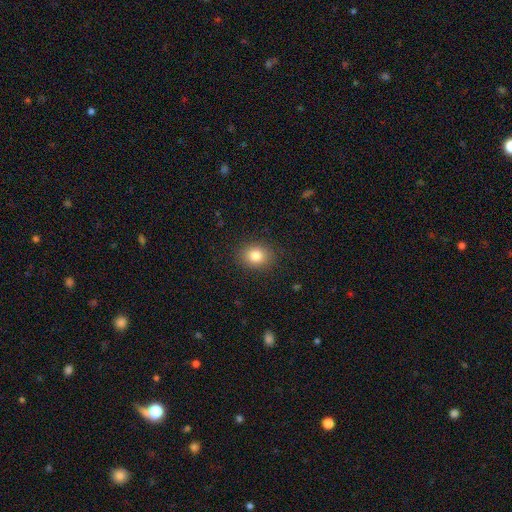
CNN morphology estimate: smooth 83%, star or artifact 10%, featured or disk 7%. Down the decision tree: how rounded — round (58%); merging — none (88%).